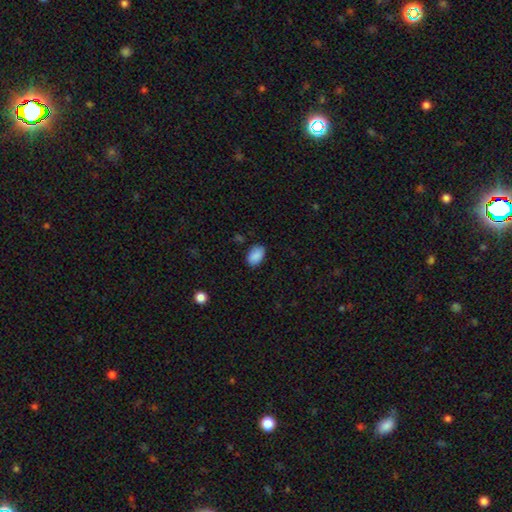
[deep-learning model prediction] Smooth or featured? smooth (89%)
How rounded? in between (88%)
Merging? none (82%)